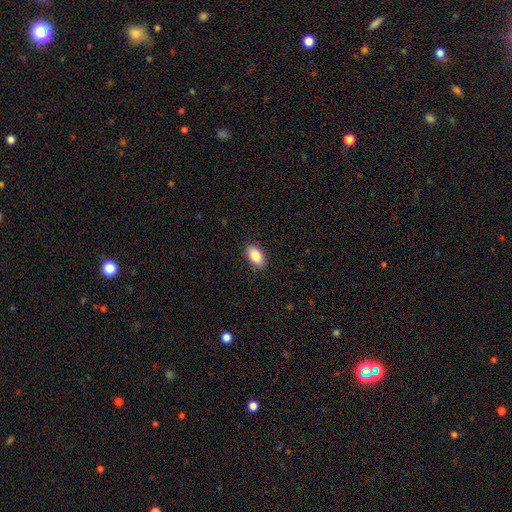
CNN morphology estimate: Q: Smooth or featured?
A: smooth (85%); runner-up: featured or disk (8%)
Q: How rounded?
A: in between (92%); runner-up: round (6%)
Q: Merging?
A: none (88%); runner-up: minor disturbance (9%)